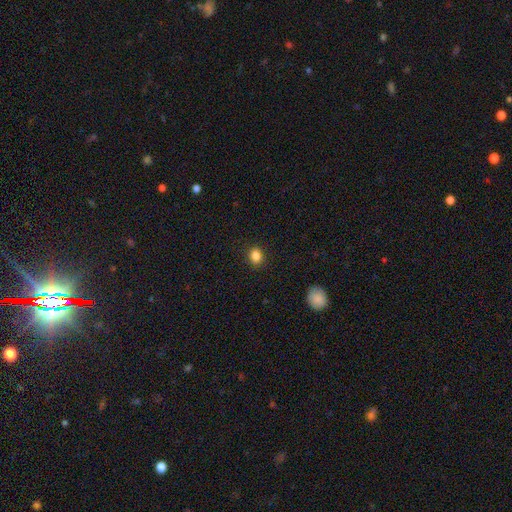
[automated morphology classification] Overall: smooth (85%). How rounded: round (58%; in between 41%). Merging: none (89%).